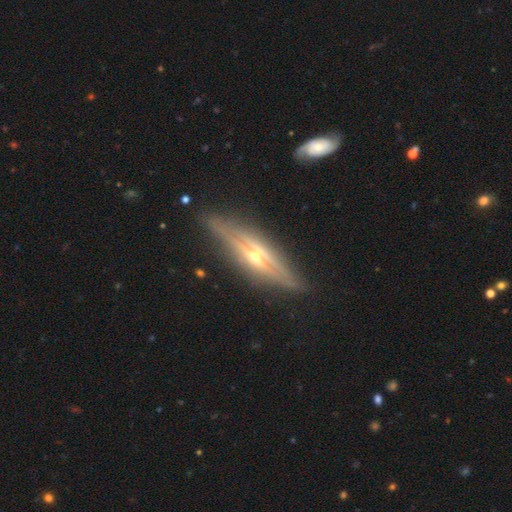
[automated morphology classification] smooth_or_featured: featured or disk (p=0.84) [alt: smooth p=0.10]
disk_edge_on: yes (p=0.94) [alt: no p=0.06]
edge_on_bulge: rounded (p=0.87) [alt: none p=0.07]
merging: none (p=0.85) [alt: minor disturbance p=0.11]